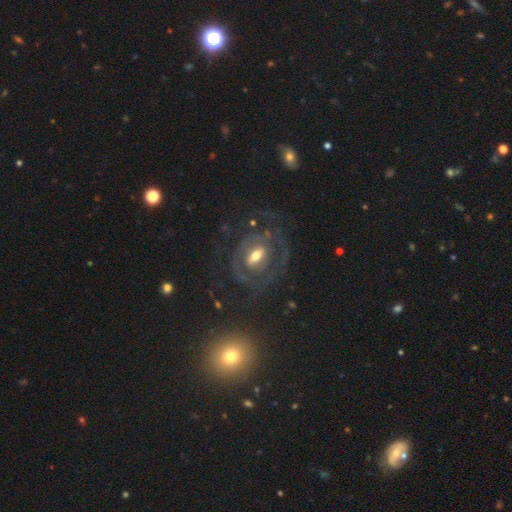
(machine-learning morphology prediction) type=featured or disk (75%); edge-on=no (94%); bar=weak (41%); spiral arms=yes (69%); bulge=moderate (65%); merging=none (57%).